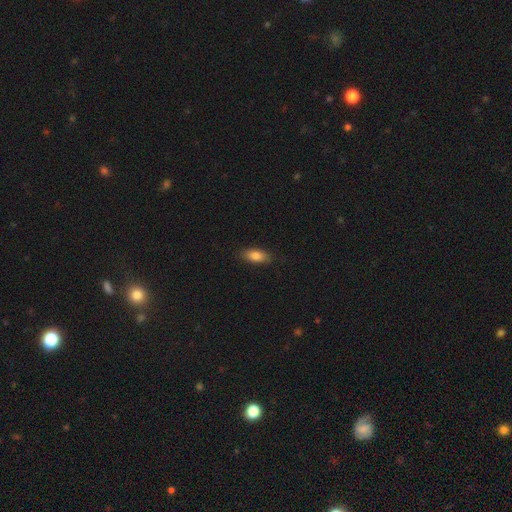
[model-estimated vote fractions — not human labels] smooth_or_featured: smooth (p=0.83) [alt: featured or disk p=0.10]
how_rounded: in between (p=0.84) [alt: cigar-shaped p=0.13]
merging: none (p=0.85) [alt: minor disturbance p=0.11]